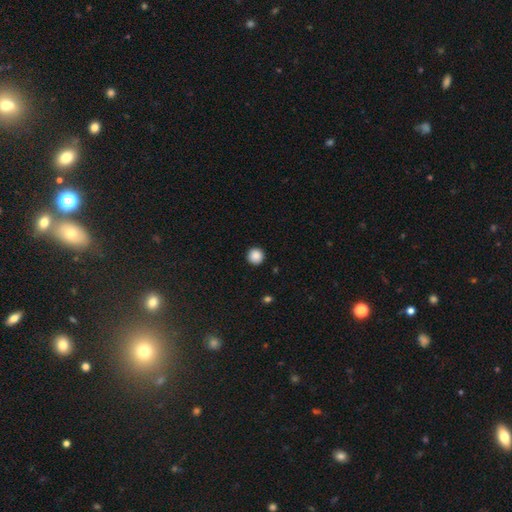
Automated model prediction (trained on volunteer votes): Smooth or featured: smooth — 88% (star or artifact — 9%)
How rounded: round — 96% (in between — 3%)
Merging: none — 93% (minor disturbance — 4%)